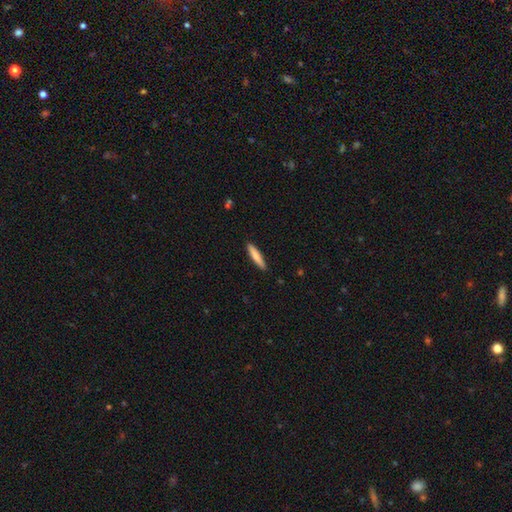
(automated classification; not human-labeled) smooth-or-featured: smooth: 77% | featured or disk: 17% | star or artifact: 5%
  how-rounded: cigar-shaped: 89% | in between: 10% | round: 1%
  merging: none: 90% | minor disturbance: 7% | major disturbance: 1% | merger: 1%